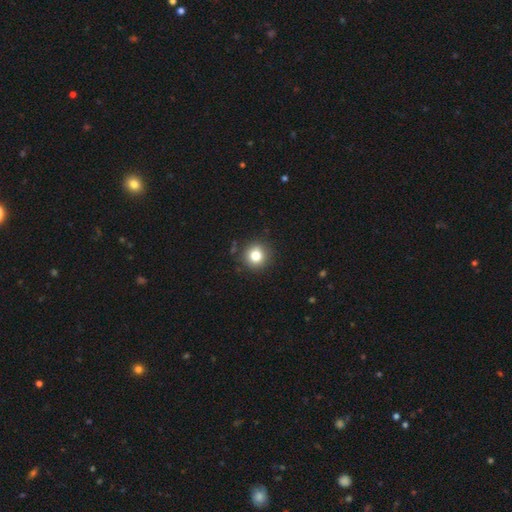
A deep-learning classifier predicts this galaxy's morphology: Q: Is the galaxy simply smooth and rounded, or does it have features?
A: smooth — 80%.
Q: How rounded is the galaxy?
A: round — 92%.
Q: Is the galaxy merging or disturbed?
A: none — 89%.